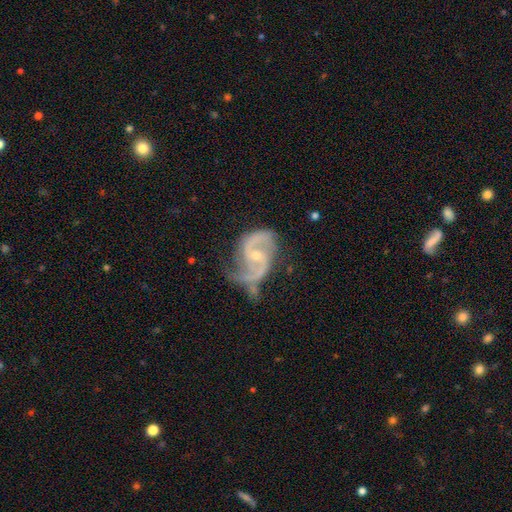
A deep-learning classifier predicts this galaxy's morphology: Smooth or featured?
  - featured or disk: 91% *
  - star or artifact: 5%
  - smooth: 4%
Edge-on disk?
  - no: 98% *
  - yes: 2%
Bar?
  - no: 45% *
  - weak: 41%
  - strong: 14%
Spiral arms?
  - yes: 98% *
  - no: 2%
Spiral winding?
  - medium: 55% *
  - loose: 28%
  - tight: 18%
Spiral arm count?
  - 2: 89% *
  - 3: 3%
  - can't tell: 3%
  - 1: 2%
  - 4: 1%
  - more than 4: 1%
Bulge size?
  - small: 65% *
  - moderate: 31%
  - none: 2%
  - large: 1%
  - dominant: 1%
Merging?
  - none: 50% *
  - minor disturbance: 28%
  - major disturbance: 16%
  - merger: 6%